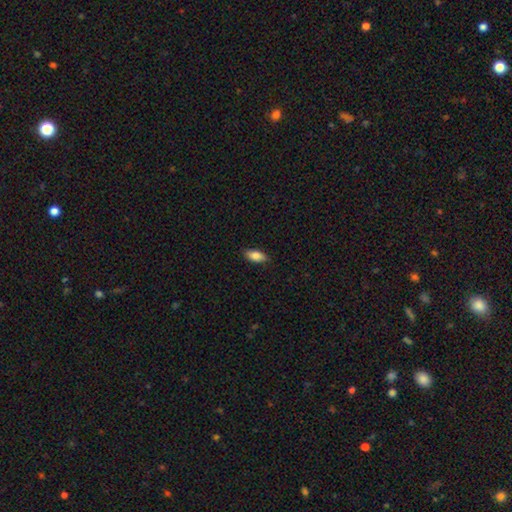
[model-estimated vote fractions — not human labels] Q: Smooth or featured?
A: smooth (82%); runner-up: featured or disk (11%)
Q: How rounded?
A: in between (86%); runner-up: cigar-shaped (11%)
Q: Merging?
A: none (86%); runner-up: minor disturbance (11%)